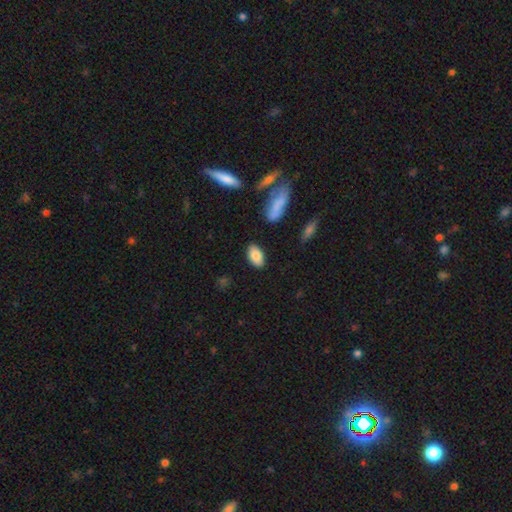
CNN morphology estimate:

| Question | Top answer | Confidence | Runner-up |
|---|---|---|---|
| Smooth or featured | smooth | 81% | featured or disk (12%) |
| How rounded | in between | 94% | round (4%) |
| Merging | none | 85% | minor disturbance (10%) |